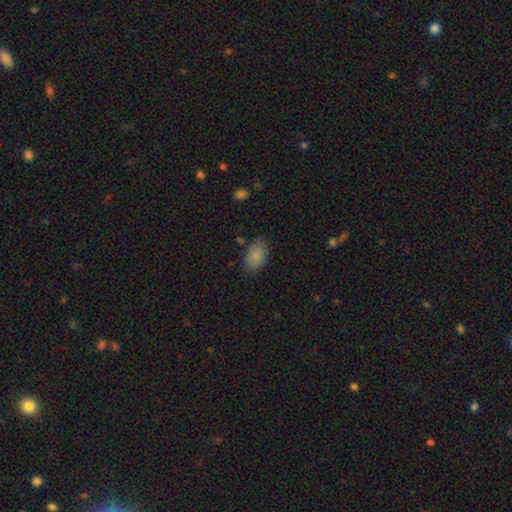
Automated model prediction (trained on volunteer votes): This is clearly a smooth galaxy (86%). How rounded: clearly in between (88%). Merging: clearly none (80%).